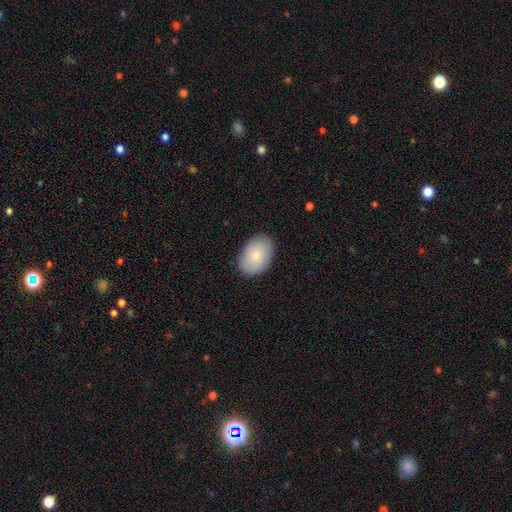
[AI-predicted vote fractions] smooth-or-featured: smooth: 81% | featured or disk: 13% | star or artifact: 6%
  how-rounded: in between: 85% | round: 14% | cigar-shaped: 1%
  merging: none: 86% | minor disturbance: 11% | major disturbance: 2% | merger: 1%